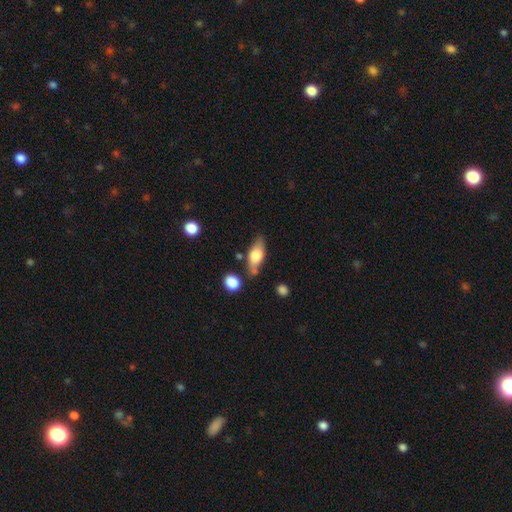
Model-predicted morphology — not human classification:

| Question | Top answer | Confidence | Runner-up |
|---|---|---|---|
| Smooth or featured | smooth | 69% | featured or disk (24%) |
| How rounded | in between | 78% | cigar-shaped (17%) |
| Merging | none | 67% | minor disturbance (18%) |